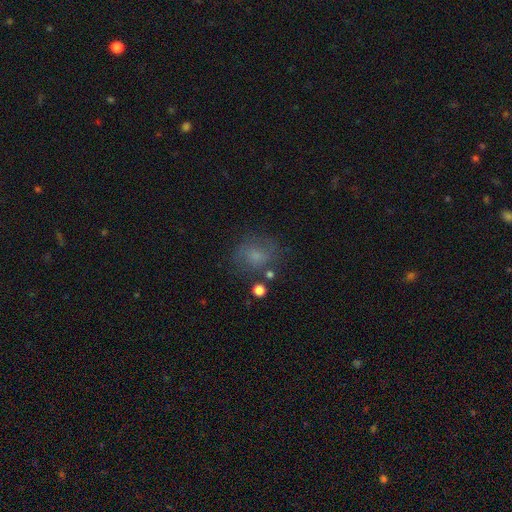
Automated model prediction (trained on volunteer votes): A smooth galaxy with no disk features (62%) that is round (63%). Merging: none (64%).